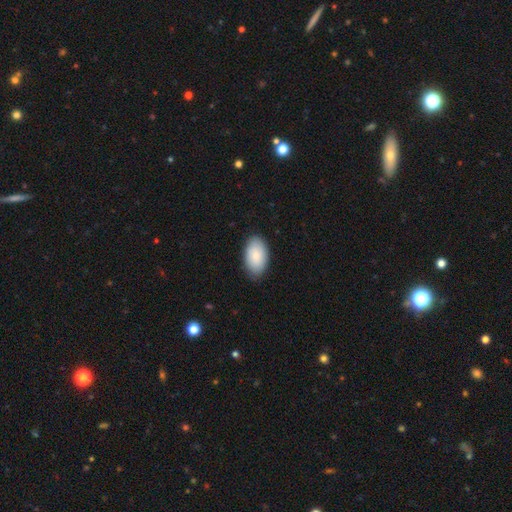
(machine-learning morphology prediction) This is clearly a smooth galaxy (86%). How rounded: clearly in between (95%). Merging: clearly none (84%).